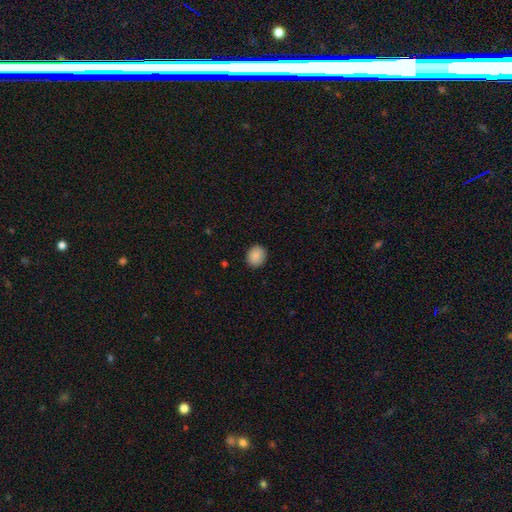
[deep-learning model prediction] Morphology: type=smooth (89%); roundness=round (71%); merging=none (90%).